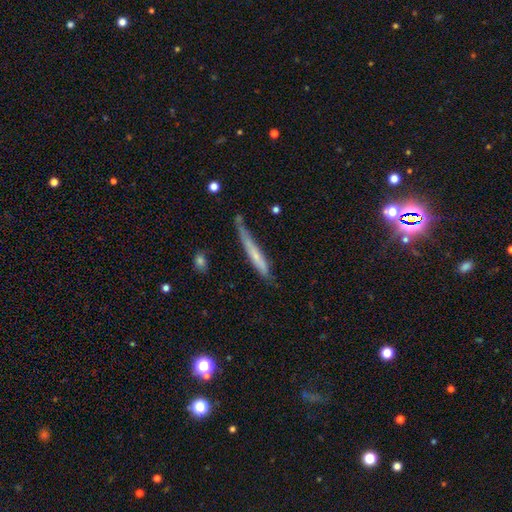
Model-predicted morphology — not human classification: This appears to be a smooth galaxy with no disk features (54%) that is cigar-shaped (95%). Merging: none (59%).